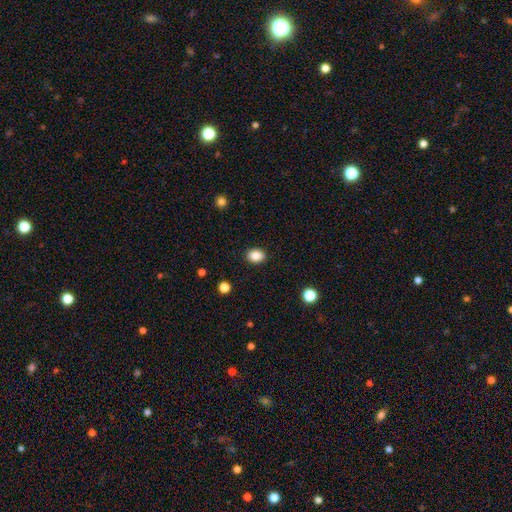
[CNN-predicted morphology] smooth 87%, star or artifact 9%, featured or disk 4%. Down the decision tree: how rounded — in between (61%); merging — none (90%).